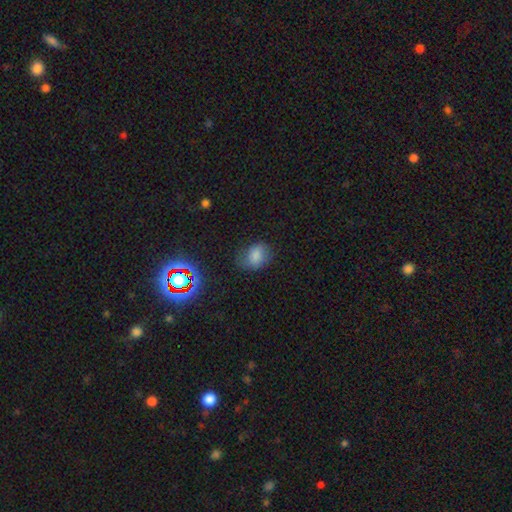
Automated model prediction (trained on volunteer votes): Smooth or featured? Predicted: smooth (p=0.78). How rounded? Predicted: in between (p=0.56). Merging? Predicted: none (p=0.63).